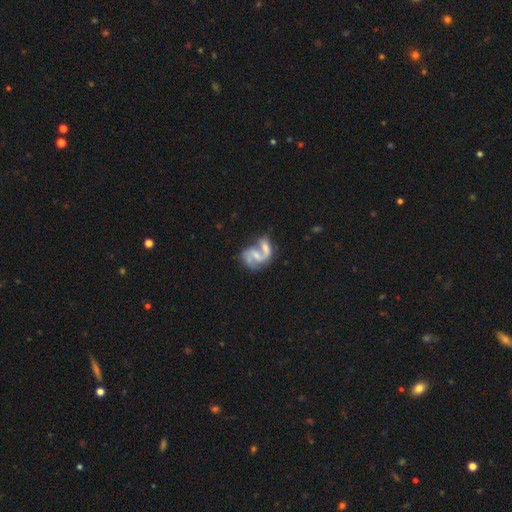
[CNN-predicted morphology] Smooth or featured? Predicted: featured or disk (p=0.78). Edge-on disk? Predicted: no (p=0.97). Bar? Predicted: weak (p=0.42). Spiral arms? Predicted: yes (p=0.90). Spiral winding? Predicted: medium (p=0.45). Spiral arm count? Predicted: 2 (p=0.83). Bulge size? Predicted: small (p=0.50). Merging? Predicted: merger (p=0.54).